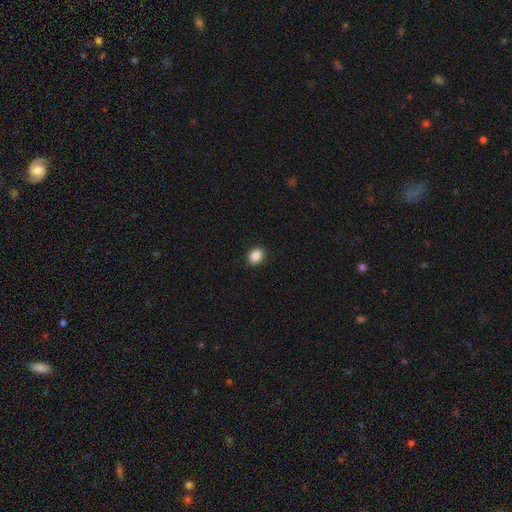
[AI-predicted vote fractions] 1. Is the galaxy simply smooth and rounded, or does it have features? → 88% smooth, 9% star or artifact, 3% featured or disk.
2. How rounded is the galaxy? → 57% in between, 42% round, 1% cigar-shaped.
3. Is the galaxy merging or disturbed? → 89% none, 8% minor disturbance, 2% major disturbance, 1% merger.